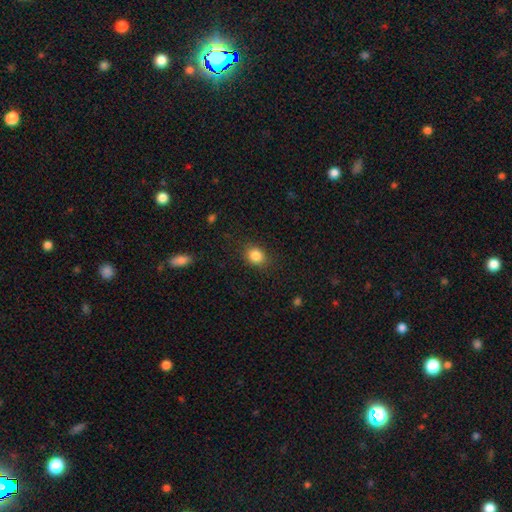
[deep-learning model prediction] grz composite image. It shows a smooth galaxy with no disk features (85%) that is round (62%). Merging: none (85%).